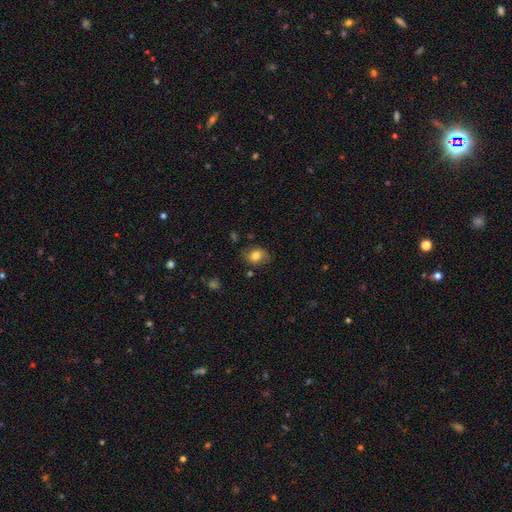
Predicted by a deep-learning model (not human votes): This appears to be a smooth galaxy with no disk features (74%) that is in between round and cigar-shaped (55%). Merging: none (72%).